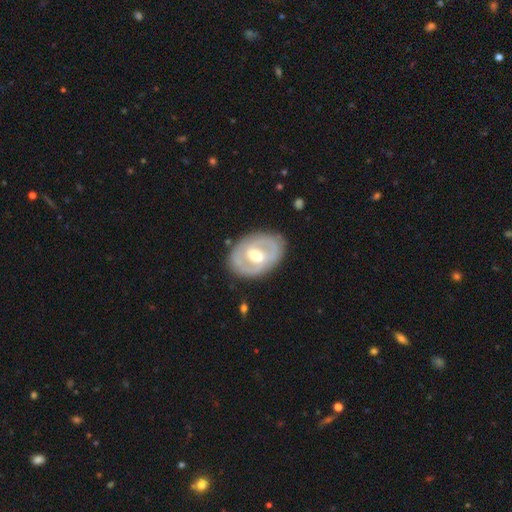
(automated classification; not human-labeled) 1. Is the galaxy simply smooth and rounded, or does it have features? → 71% featured or disk, 25% smooth, 5% star or artifact.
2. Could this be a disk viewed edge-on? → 95% no, 5% yes.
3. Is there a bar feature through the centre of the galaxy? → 45% weak, 30% no, 25% strong.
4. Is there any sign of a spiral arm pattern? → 50% yes (tied), 50% no (tied).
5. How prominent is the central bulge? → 72% moderate, 15% large, 11% small, 1% dominant, 1% none.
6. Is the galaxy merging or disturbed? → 81% none, 14% minor disturbance, 4% major disturbance, 1% merger.